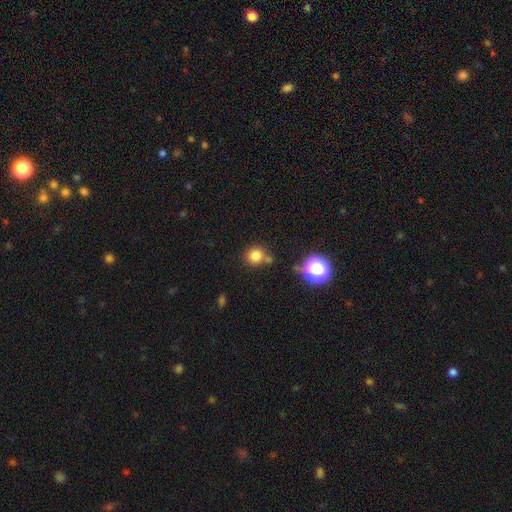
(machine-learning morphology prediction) smooth-or-featured: smooth: 80% | star or artifact: 14% | featured or disk: 6%
  how-rounded: round: 90% | in between: 9% | cigar-shaped: 1%
  merging: none: 70% | merger: 15% | minor disturbance: 11% | major disturbance: 4%